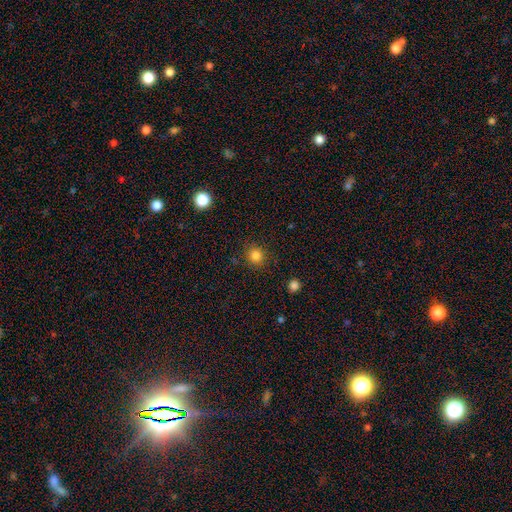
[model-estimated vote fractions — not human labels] The model was most divided on "smooth or featured": smooth: 84%, star or artifact: 12%, featured or disk: 4%. More confident: how rounded — round (88%); merging — none (88%).